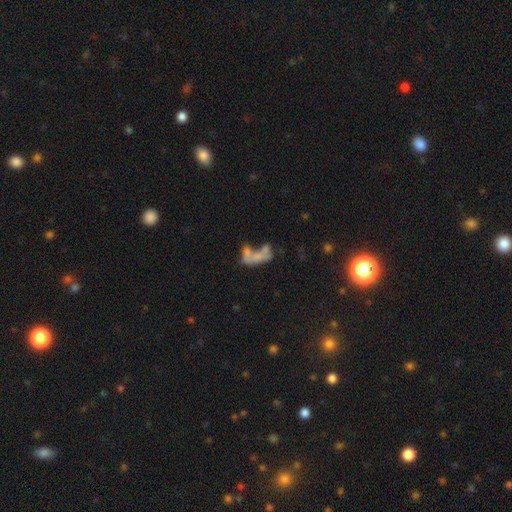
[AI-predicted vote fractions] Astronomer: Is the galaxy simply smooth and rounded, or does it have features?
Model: smooth — 45% (runner-up: featured or disk, 39%).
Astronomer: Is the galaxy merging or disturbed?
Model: merger — 49%.